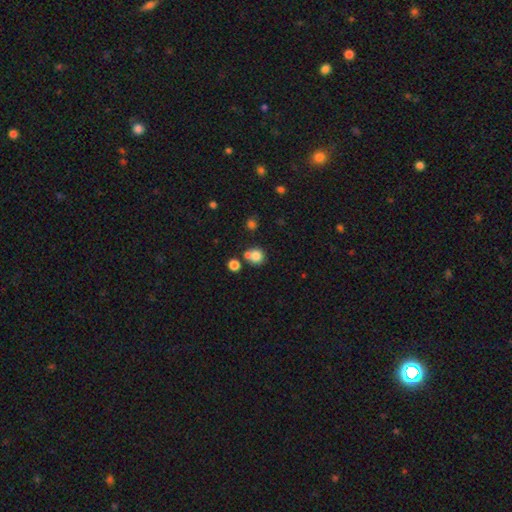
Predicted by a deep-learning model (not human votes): Smooth or featured? Predicted: smooth (p=0.80). How rounded? Predicted: round (p=0.89). Merging? Predicted: none (p=0.58).